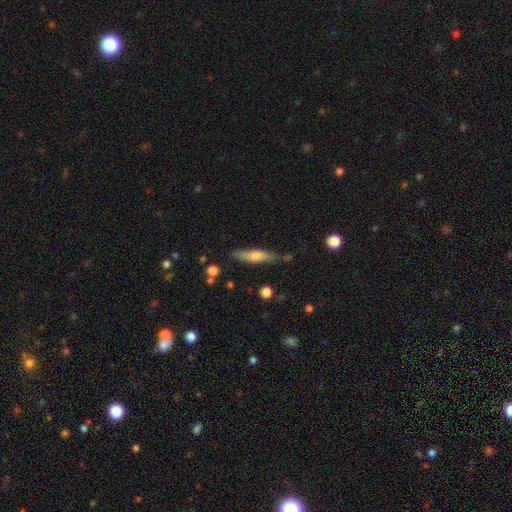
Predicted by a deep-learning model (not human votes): The model was most divided on "smooth or featured": smooth: 56%, featured or disk: 38%, star or artifact: 7%. More confident: how rounded — cigar-shaped (79%); merging — none (73%).